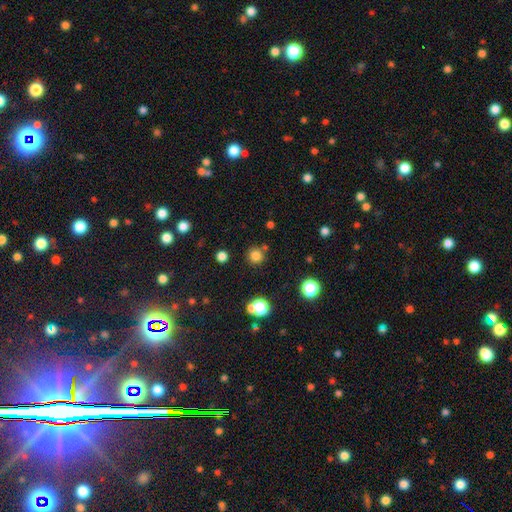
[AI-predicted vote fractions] Morphology: type=smooth (79%); roundness=round (94%); merging=none (81%).